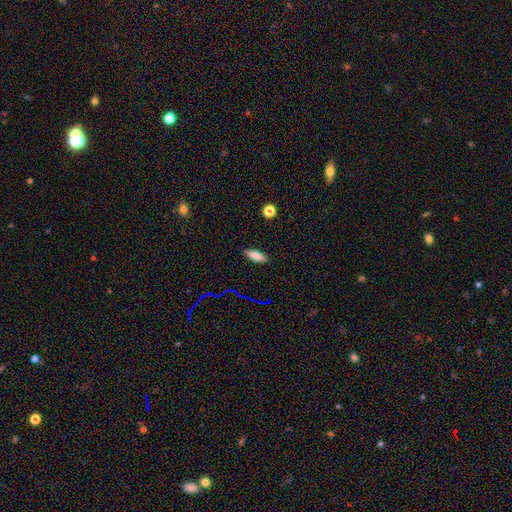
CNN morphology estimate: A smooth galaxy with no disk features (81%) that is in between round and cigar-shaped (61%).

Vote fractions:
- Smooth or featured? smooth: 81% / featured or disk: 10% / star or artifact: 9%
- How rounded? in between: 61% / cigar-shaped: 37% / round: 2%
- Merging? none: 88% / minor disturbance: 9% / major disturbance: 2% / merger: 1%